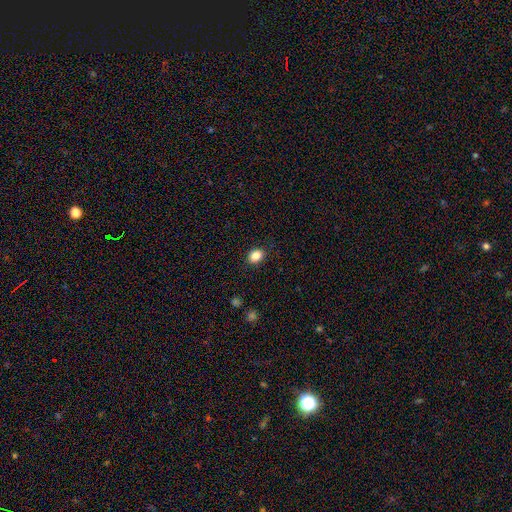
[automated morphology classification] Smooth or featured?
  - smooth: 86% *
  - star or artifact: 10%
  - featured or disk: 4%
How rounded?
  - in between: 60% *
  - round: 39%
  - cigar-shaped: 1%
Merging?
  - none: 88% *
  - minor disturbance: 9%
  - major disturbance: 2%
  - merger: 1%